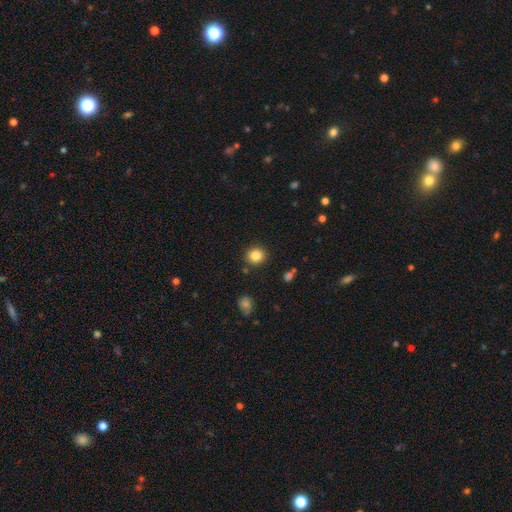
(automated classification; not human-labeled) A smooth galaxy with no disk features (84%) that is round (88%). Merging: none (88%).